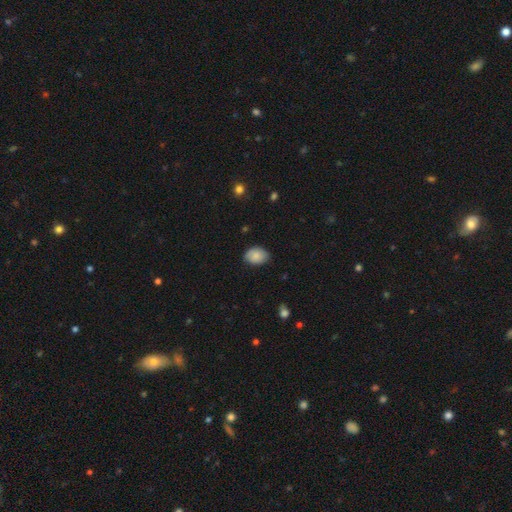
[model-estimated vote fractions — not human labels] smooth 84%, featured or disk 9%, star or artifact 7%. Down the decision tree: how rounded — in between (73%); merging — none (76%).